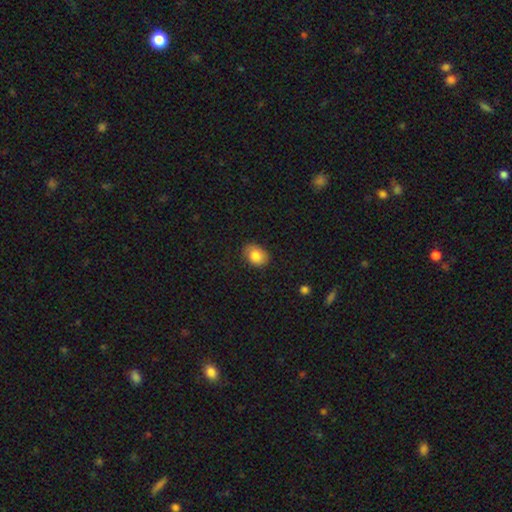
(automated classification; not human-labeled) Smooth or featured? smooth (82%)
How rounded? in between (70%)
Merging? none (84%)